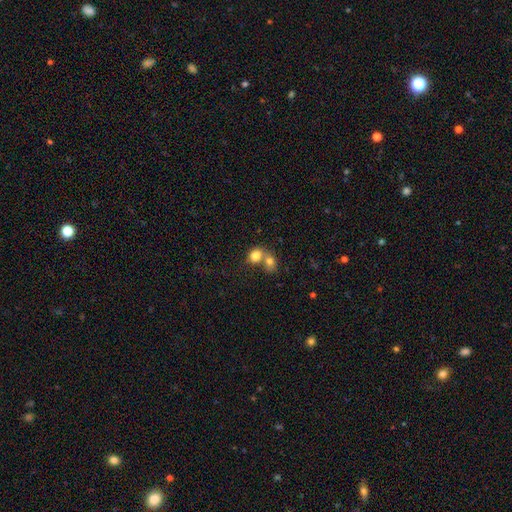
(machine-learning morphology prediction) type=smooth (79%); roundness=round (56%); merging=merger (64%).